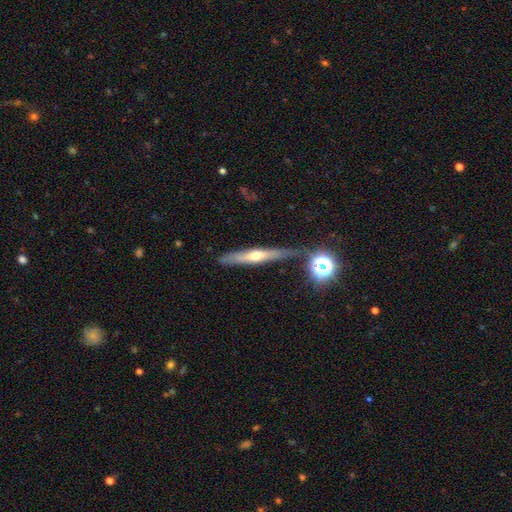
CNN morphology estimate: Smooth or featured?
  - featured or disk: 58% *
  - smooth: 34%
  - star or artifact: 9%
Edge-on disk?
  - yes: 91% *
  - no: 9%
Edge-on bulge?
  - rounded: 80% *
  - none: 16%
  - boxy: 4%
Merging?
  - none: 76% *
  - minor disturbance: 15%
  - merger: 5%
  - major disturbance: 4%